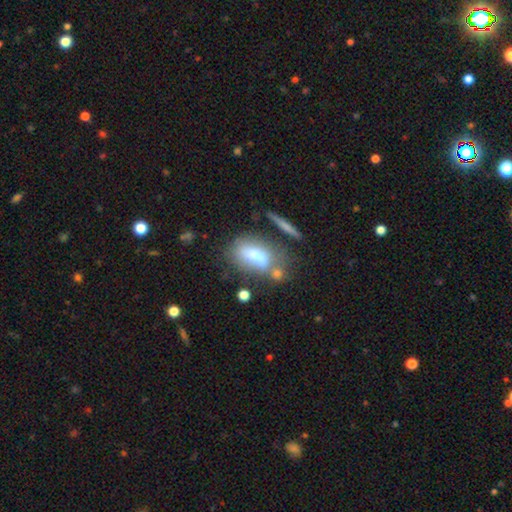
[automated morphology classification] Smooth or featured? Predicted: smooth (p=0.69). How rounded? Predicted: in between (p=0.77). Merging? Predicted: none (p=0.45).